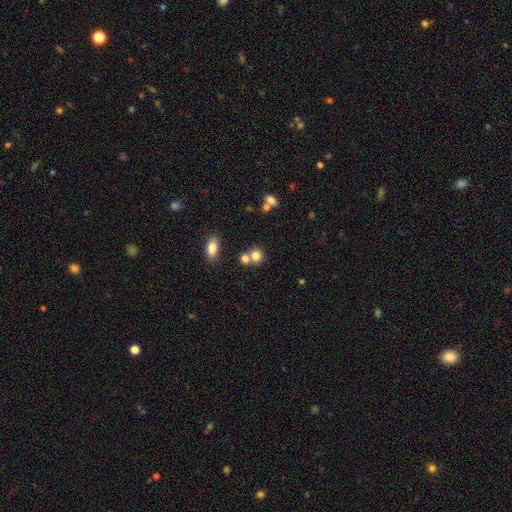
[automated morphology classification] This appears to be a smooth galaxy with no disk features (78%) that is round (81%). Merging: none (47%).